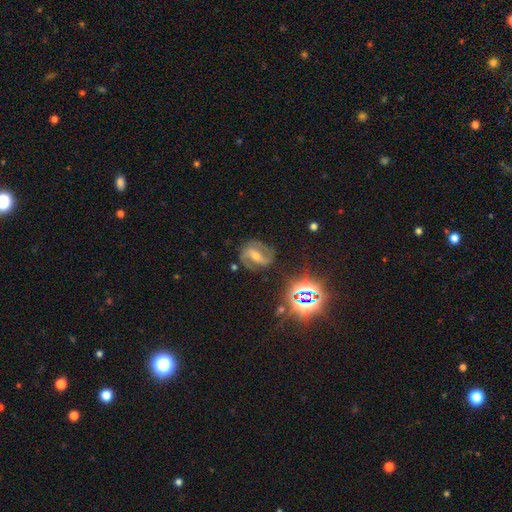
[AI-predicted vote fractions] Morphology: type=featured or disk (77%); edge-on=no (96%); bar=strong (53%); spiral arms=yes (93%); winding=medium (50%); arm count=2 (89%); bulge=moderate (55%); merging=none (79%).